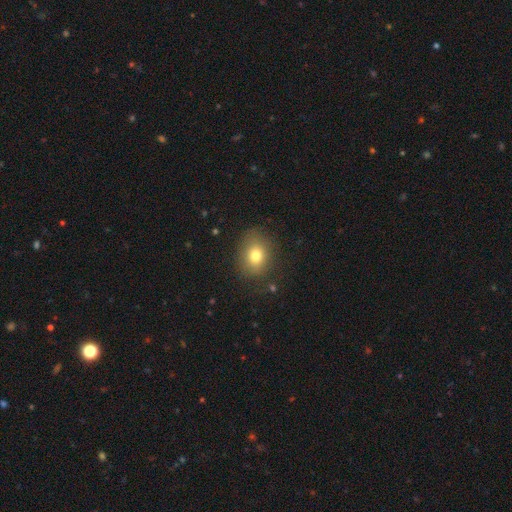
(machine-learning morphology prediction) smooth-or-featured: smooth: 77% | featured or disk: 12% | star or artifact: 11%
  how-rounded: in between: 51% | round: 48% | cigar-shaped: 1%
  merging: none: 81% | minor disturbance: 13% | major disturbance: 4% | merger: 2%